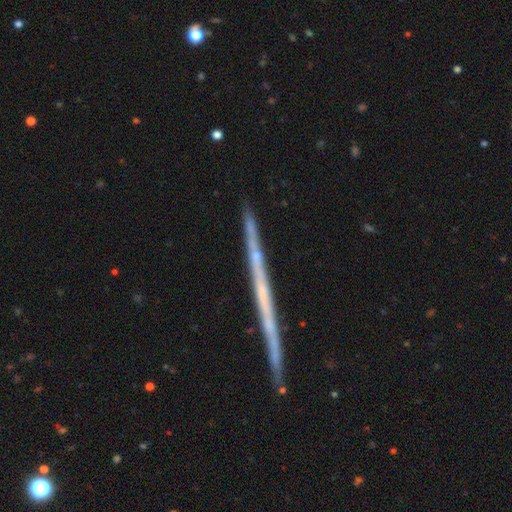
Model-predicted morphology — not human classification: Smooth or featured? Predicted: featured or disk (p=0.62). Edge-on disk? Predicted: yes (p=0.97). Edge-on bulge? Predicted: none (p=0.83). Merging? Predicted: none (p=0.84).